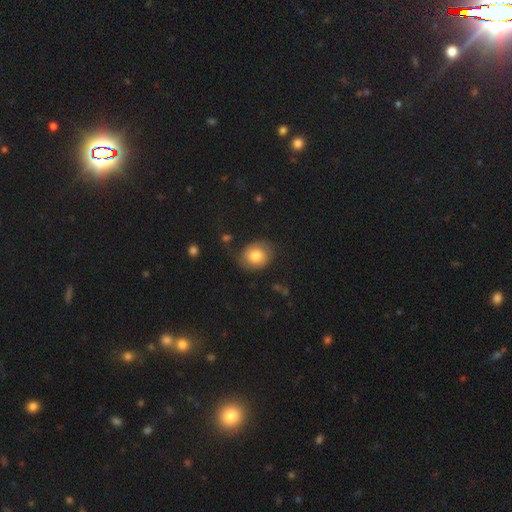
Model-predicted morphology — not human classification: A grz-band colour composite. It shows a smooth galaxy with no disk features (68%) that is round (68%). Merging: none (65%).